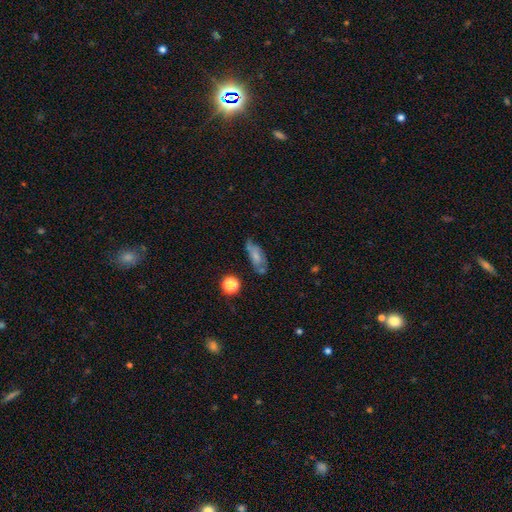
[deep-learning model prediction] A smooth galaxy with no disk features (53%) that is in between round and cigar-shaped (72%). Merging: none (54%).